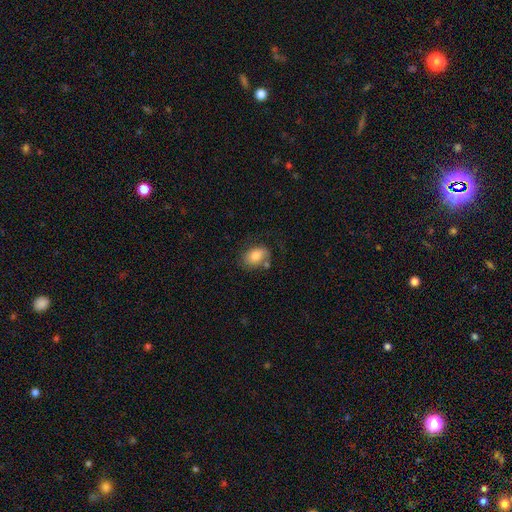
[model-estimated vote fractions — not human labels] Morphology: type=smooth (78%); roundness=in between (77%); merging=none (61%).